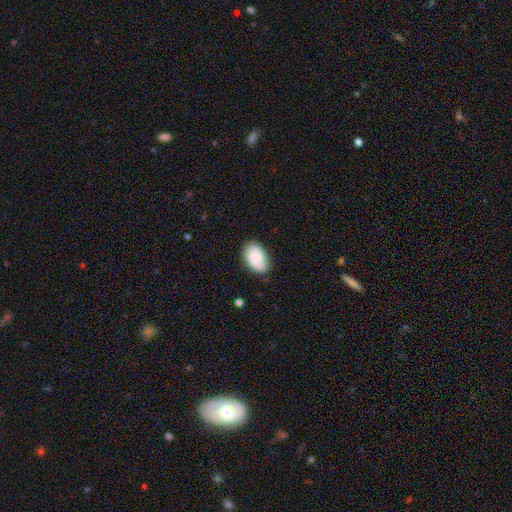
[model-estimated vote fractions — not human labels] Smooth or featured?
  - smooth: 78% *
  - featured or disk: 15%
  - star or artifact: 7%
How rounded?
  - in between: 90% *
  - round: 9%
  - cigar-shaped: 1%
Merging?
  - none: 76% *
  - minor disturbance: 19%
  - major disturbance: 4%
  - merger: 1%